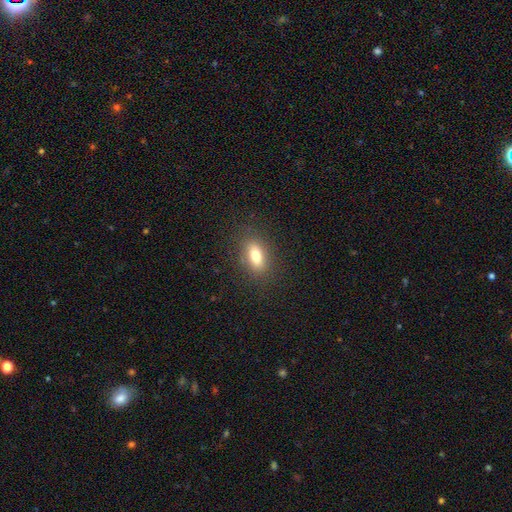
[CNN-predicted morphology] Smooth or featured: smooth — 78% (featured or disk — 13%)
How rounded: in between — 79% (cigar-shaped — 15%)
Merging: none — 86% (minor disturbance — 10%)